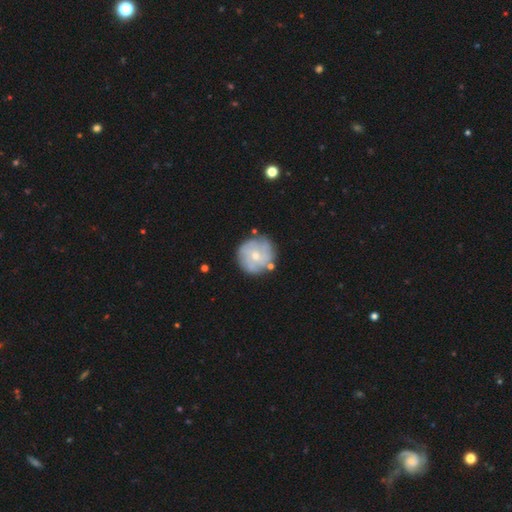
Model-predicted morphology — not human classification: This is possibly a featured or disk galaxy (58%). It is clearly not viewed edge-on (98%). Bar: likely no (76%). Spiral arm pattern: likely yes (63%). Central bulge: possibly small (49%). Merging: likely none (76%).